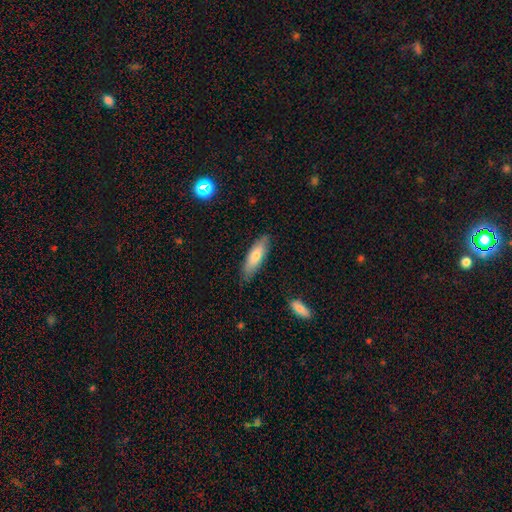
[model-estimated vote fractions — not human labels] This is likely a smooth galaxy (72%). How rounded: possibly cigar-shaped (55%). Merging: clearly none (82%).